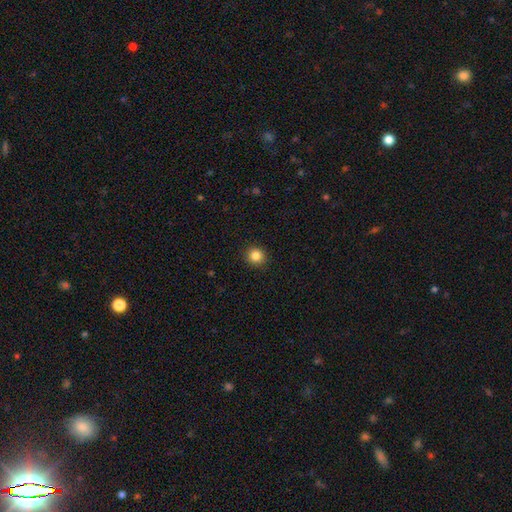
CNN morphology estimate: Smooth or featured?
  - smooth: 84% *
  - star or artifact: 11%
  - featured or disk: 5%
How rounded?
  - round: 92% *
  - in between: 7%
  - cigar-shaped: 1%
Merging?
  - none: 92% *
  - minor disturbance: 5%
  - major disturbance: 2%
  - merger: 1%